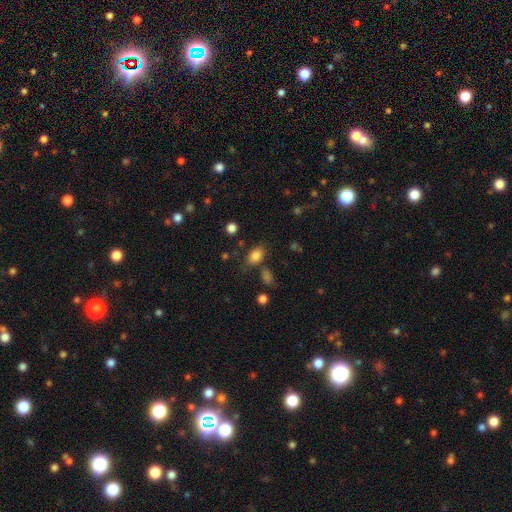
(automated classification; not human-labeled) Smooth or featured? Predicted: smooth (p=0.83). How rounded? Predicted: in between (p=0.78). Merging? Predicted: none (p=0.70).